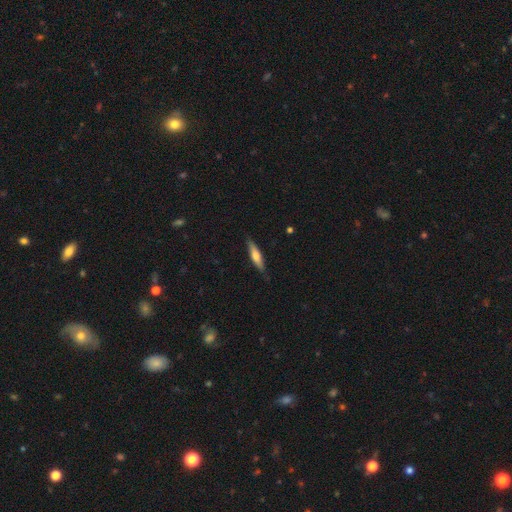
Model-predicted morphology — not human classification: This is possibly a smooth galaxy (55%). How rounded: clearly cigar-shaped (81%). Merging: clearly none (85%).